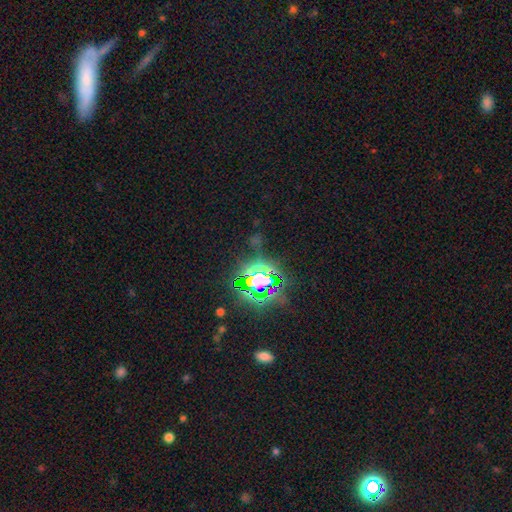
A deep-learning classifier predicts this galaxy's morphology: This appears to be a star or artifact, not a galaxy (84%).